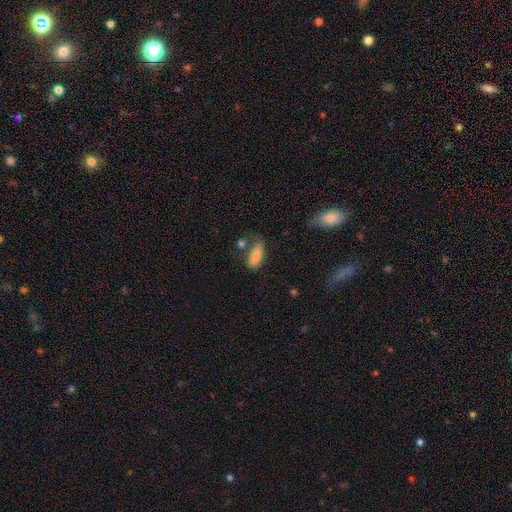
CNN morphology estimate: smooth-or-featured: smooth: 82% | featured or disk: 9% | star or artifact: 8%
  how-rounded: in between: 72% | cigar-shaped: 24% | round: 3%
  merging: none: 46% | minor disturbance: 27% | major disturbance: 14% | merger: 13%